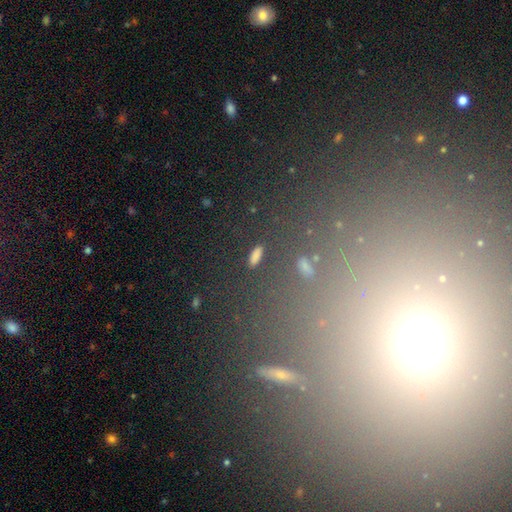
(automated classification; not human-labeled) This appears to be a smooth galaxy with no disk features (76%) that is in between round and cigar-shaped (64%). Merging: none (86%).